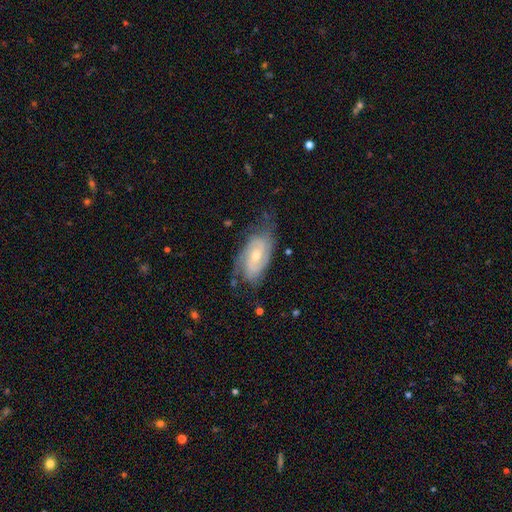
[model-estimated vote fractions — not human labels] smooth_or_featured: featured or disk (p=0.78) [alt: smooth p=0.16]
disk_edge_on: no (p=0.94) [alt: yes p=0.06]
bar: no (p=0.52) [alt: weak p=0.38]
has_spiral_arms: yes (p=0.93) [alt: no p=0.07]
spiral_winding: tight (p=0.48) [alt: medium p=0.38]
spiral_arm_count: 2 (p=0.58) [alt: can't tell p=0.23]
bulge_size: small (p=0.49) [alt: moderate p=0.47]
merging: none (p=0.64) [alt: minor disturbance p=0.24]